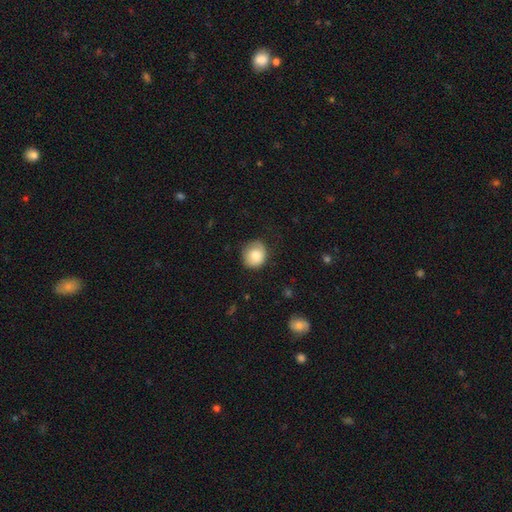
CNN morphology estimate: The model was most divided on "merging": none: 71%, minor disturbance: 22%, major disturbance: 6%, merger: 1%. More confident: smooth or featured — smooth (79%); how rounded — round (78%).